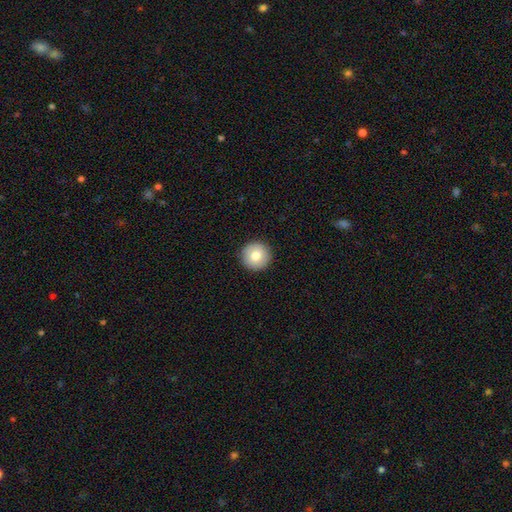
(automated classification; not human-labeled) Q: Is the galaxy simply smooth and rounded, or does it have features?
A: smooth — 80%.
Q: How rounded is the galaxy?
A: round — 96%.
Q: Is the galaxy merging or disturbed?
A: none — 92%.